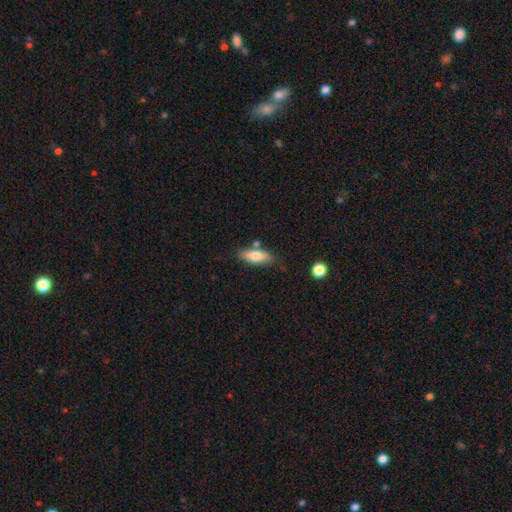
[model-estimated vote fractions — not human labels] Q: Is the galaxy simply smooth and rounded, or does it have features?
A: smooth — 74%.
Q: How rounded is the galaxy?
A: in between — 69%.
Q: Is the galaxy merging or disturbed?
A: none — 71%.